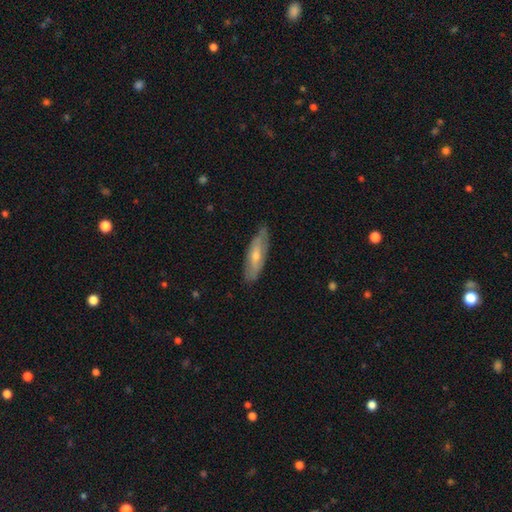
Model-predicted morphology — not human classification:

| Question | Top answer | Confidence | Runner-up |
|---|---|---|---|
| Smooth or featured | featured or disk | 55% | smooth (39%) |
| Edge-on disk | no | 60% | yes (40%) |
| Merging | none | 78% | minor disturbance (18%) |